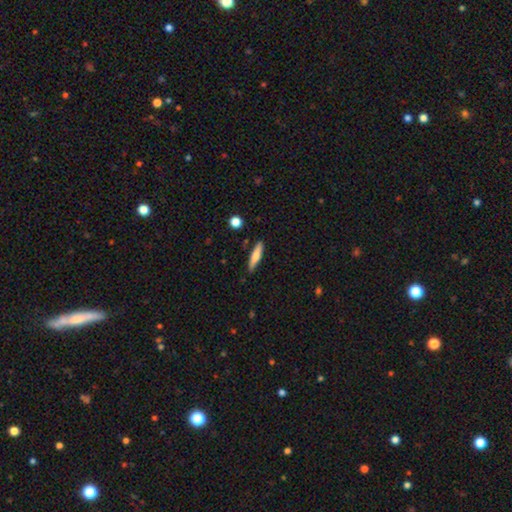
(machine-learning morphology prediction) This appears to be a smooth galaxy with no disk features (65%) that is cigar-shaped (82%). Merging: none (84%).